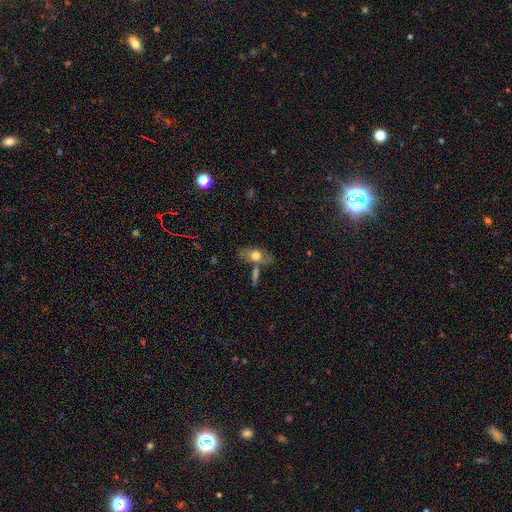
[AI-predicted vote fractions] A smooth galaxy with no disk features (60%) that is in between round and cigar-shaped (77%).

Vote fractions:
- Smooth or featured? smooth: 60% / featured or disk: 32% / star or artifact: 8%
- How rounded? in between: 77% / round: 13% / cigar-shaped: 10%
- Merging? none: 59% / minor disturbance: 17% / merger: 17% / major disturbance: 7%